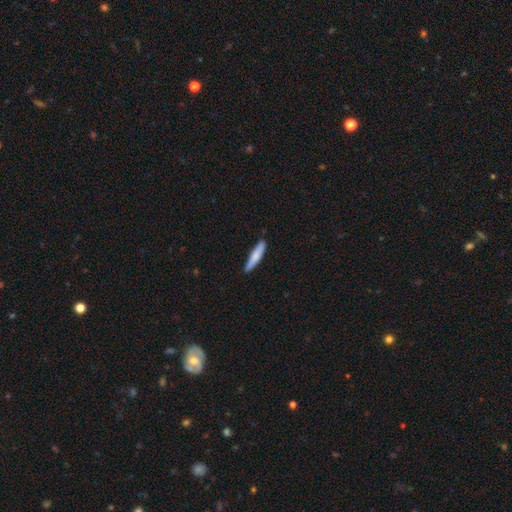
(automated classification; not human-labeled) Morphology: type=smooth (76%); roundness=cigar-shaped (88%); merging=none (84%).